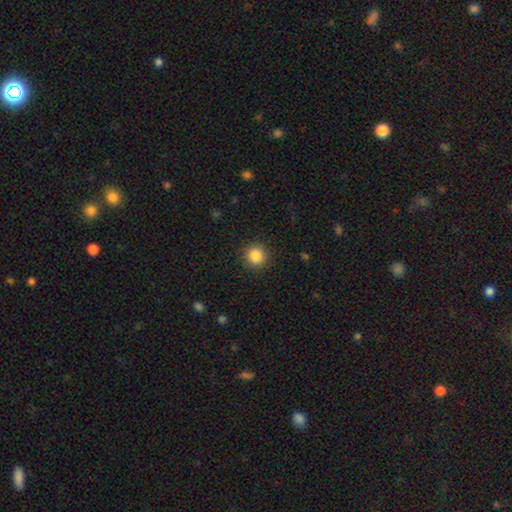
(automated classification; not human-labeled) smooth_or_featured: smooth (p=0.86) [alt: star or artifact p=0.10]
how_rounded: round (p=0.92) [alt: in between p=0.07]
merging: none (p=0.90) [alt: minor disturbance p=0.07]